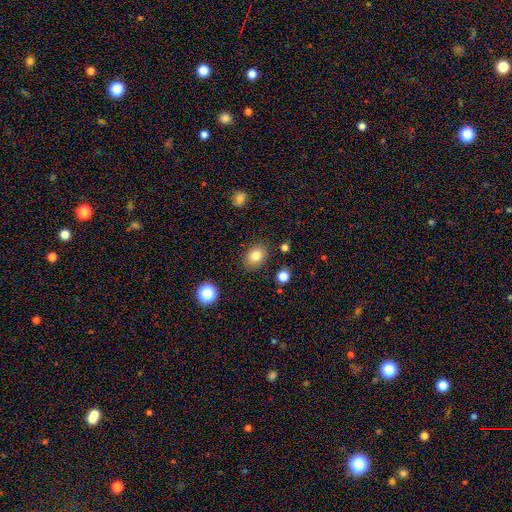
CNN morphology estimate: Overall: smooth (81%). How rounded: round (50%; in between 49%). Merging: none (86%).